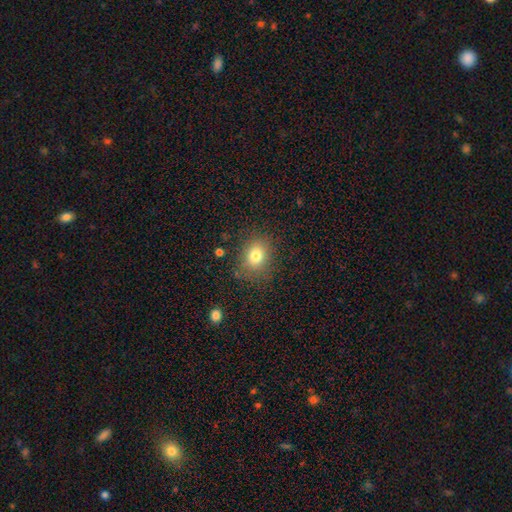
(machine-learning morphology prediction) Smooth or featured? smooth (79%)
How rounded? round (50%)
Merging? none (79%)